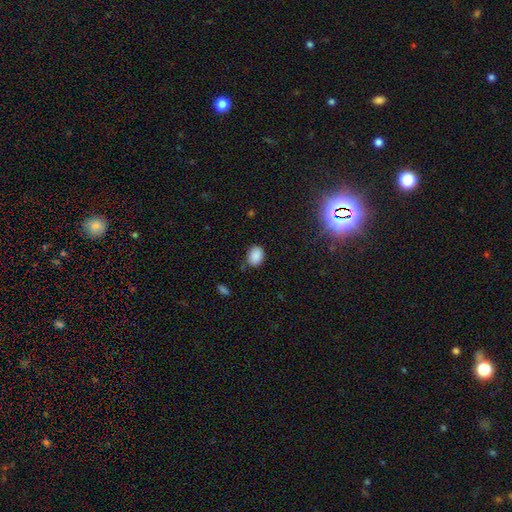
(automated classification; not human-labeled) The model was most divided on "how rounded": in between: 66%, round: 33%, cigar-shaped: 1%. More confident: smooth or featured — smooth (86%); merging — none (78%).